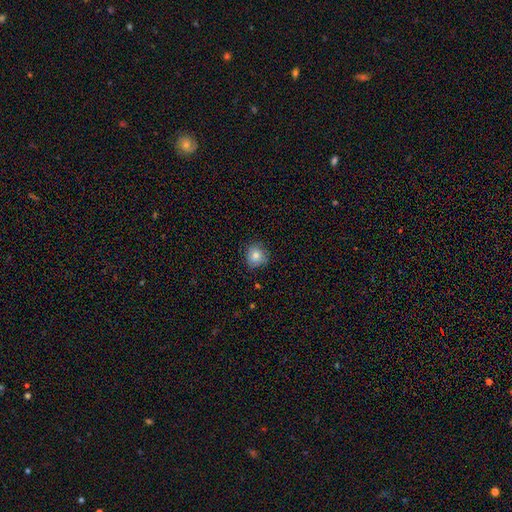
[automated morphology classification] smooth_or_featured: smooth (p=0.80) [alt: featured or disk p=0.10]
how_rounded: round (p=0.87) [alt: in between p=0.12]
merging: none (p=0.79) [alt: minor disturbance p=0.16]